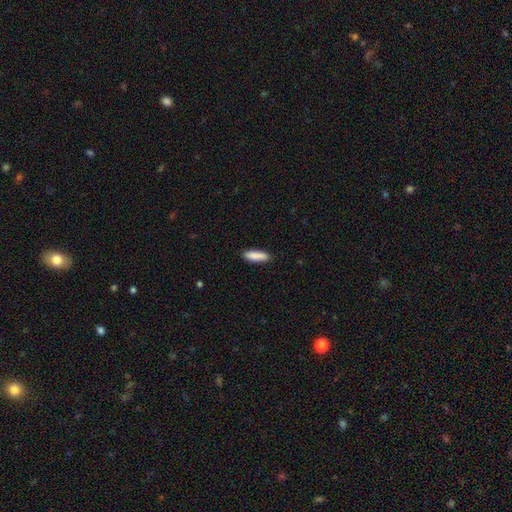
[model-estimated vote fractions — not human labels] This is clearly a smooth galaxy (88%). How rounded: likely cigar-shaped (62%). Merging: clearly none (87%).